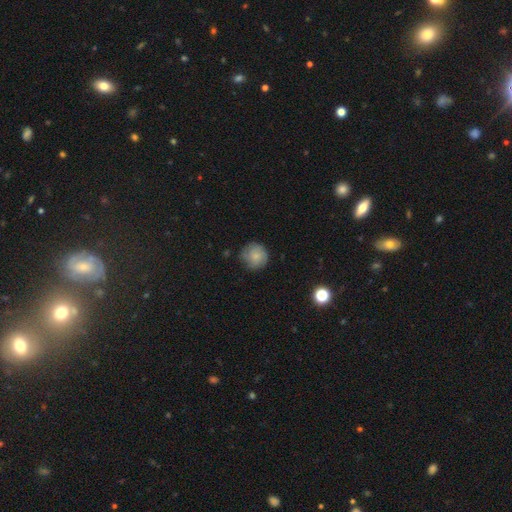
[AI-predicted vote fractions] Smooth or featured: smooth — 66% (featured or disk — 25%)
How rounded: round — 92% (in between — 7%)
Merging: none — 76% (minor disturbance — 18%)